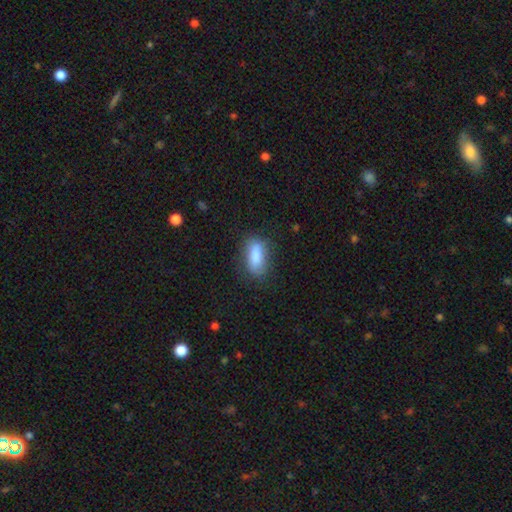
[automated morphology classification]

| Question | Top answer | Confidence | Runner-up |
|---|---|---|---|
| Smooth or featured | smooth | 83% | featured or disk (10%) |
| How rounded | in between | 81% | cigar-shaped (15%) |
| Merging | none | 73% | minor disturbance (19%) |